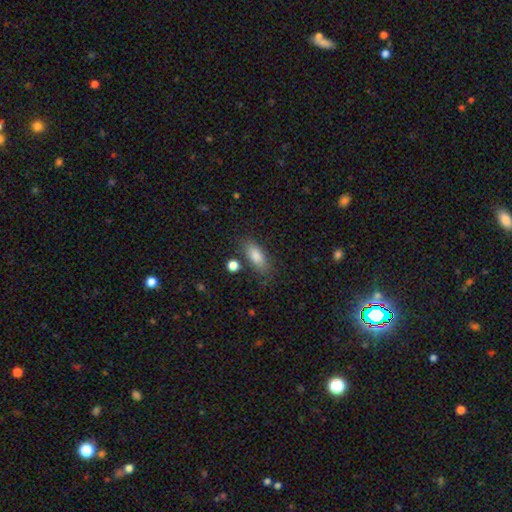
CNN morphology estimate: smooth-or-featured: smooth: 82% | featured or disk: 10% | star or artifact: 8%
  how-rounded: in between: 76% | cigar-shaped: 21% | round: 3%
  merging: none: 80% | minor disturbance: 13% | merger: 4% | major disturbance: 4%